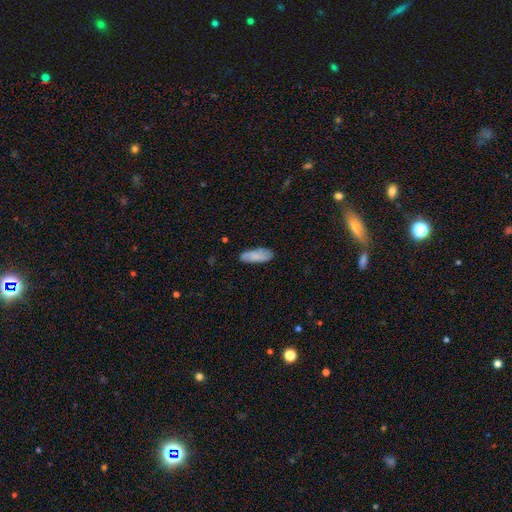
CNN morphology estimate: A smooth galaxy with no disk features (80%) that is in between round and cigar-shaped (72%). Merging: none (76%).